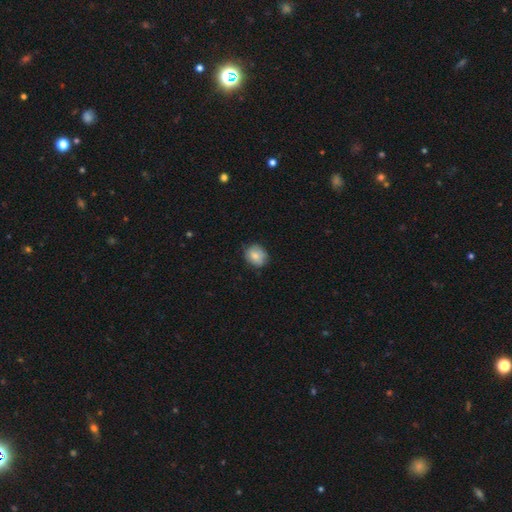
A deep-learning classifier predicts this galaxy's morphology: This is likely a smooth galaxy (79%). How rounded: possibly round (58%). Merging: likely none (73%).